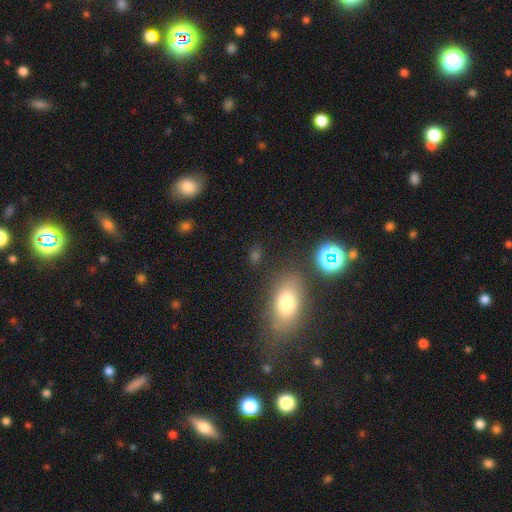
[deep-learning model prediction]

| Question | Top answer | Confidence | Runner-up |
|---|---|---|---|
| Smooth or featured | smooth | 61% | star or artifact (27%) |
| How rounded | in between | 60% | round (34%) |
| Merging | none | 76% | minor disturbance (13%) |